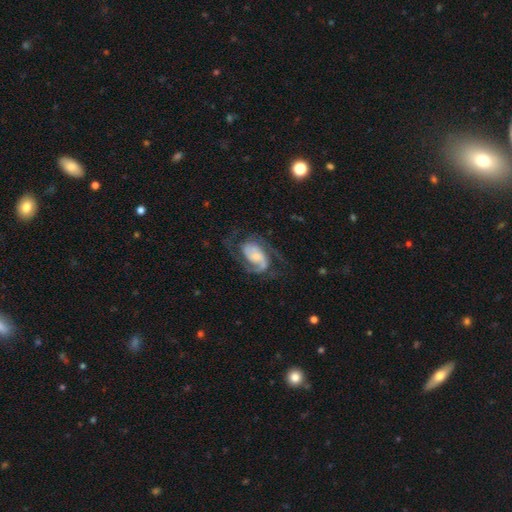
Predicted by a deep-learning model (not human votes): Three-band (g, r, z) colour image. It shows a featured or disk galaxy (84%) with no bar (48%), 2 (71%) medium (50%) spiral arms (95%) and a small central bulge (43%). Merging: none (56%).